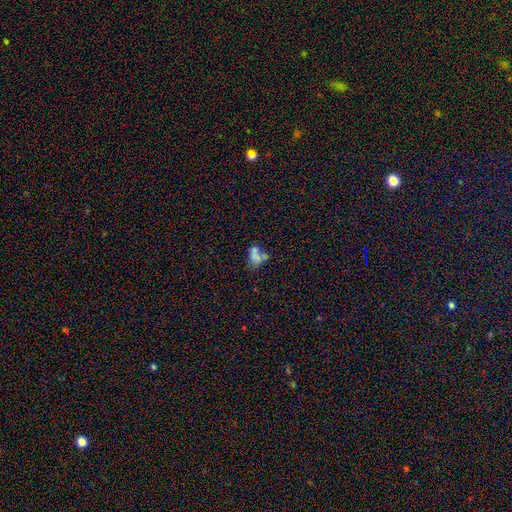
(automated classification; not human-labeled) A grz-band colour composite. It shows a smooth galaxy with no disk features (56%) that is in between round and cigar-shaped (80%). Merging: merger (42%).